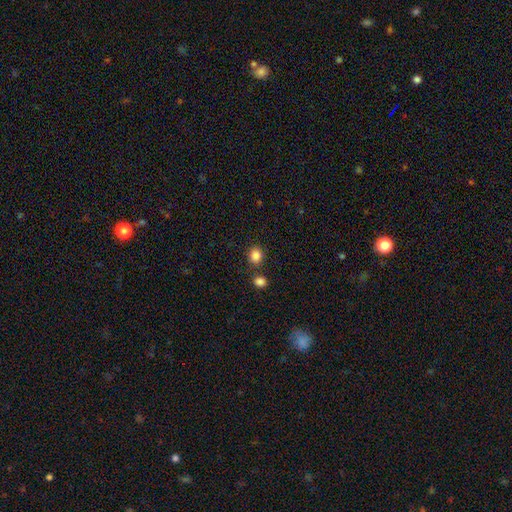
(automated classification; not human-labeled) smooth-or-featured: smooth: 86% | star or artifact: 10% | featured or disk: 4%
  how-rounded: round: 77% | in between: 22% | cigar-shaped: 1%
  merging: none: 76% | merger: 11% | minor disturbance: 9% | major disturbance: 3%